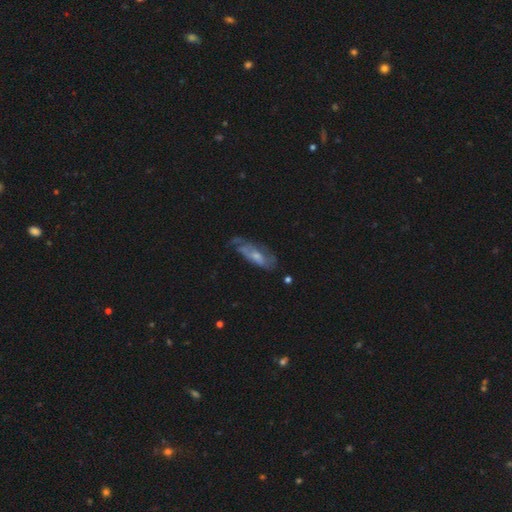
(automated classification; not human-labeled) Smooth or featured?
  - featured or disk: 56% *
  - smooth: 37%
  - star or artifact: 8%
Edge-on disk?
  - no: 82% *
  - yes: 18%
Merging?
  - none: 43% *
  - minor disturbance: 30%
  - major disturbance: 24%
  - merger: 3%